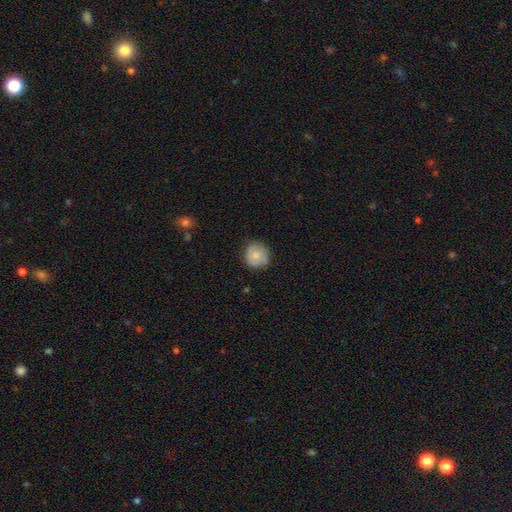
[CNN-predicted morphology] smooth_or_featured: smooth (p=0.81) [alt: featured or disk p=0.11]
how_rounded: round (p=0.90) [alt: in between p=0.09]
merging: none (p=0.78) [alt: minor disturbance p=0.18]